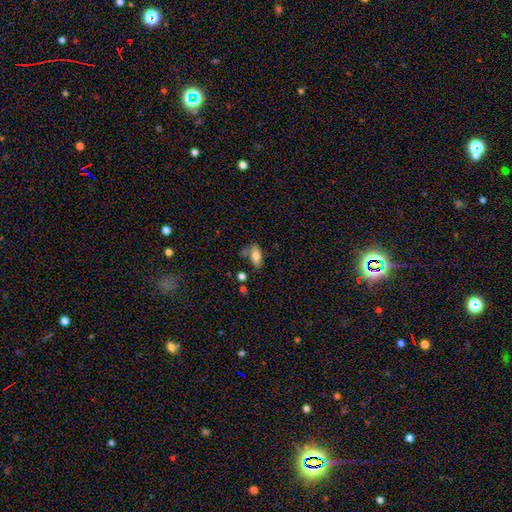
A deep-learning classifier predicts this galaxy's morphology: A smooth galaxy with no disk features (76%) that is in between round and cigar-shaped (86%).

Vote fractions:
- Smooth or featured? smooth: 76% / featured or disk: 15% / star or artifact: 8%
- How rounded? in between: 86% / cigar-shaped: 9% / round: 4%
- Merging? none: 54% / minor disturbance: 23% / merger: 14% / major disturbance: 9%